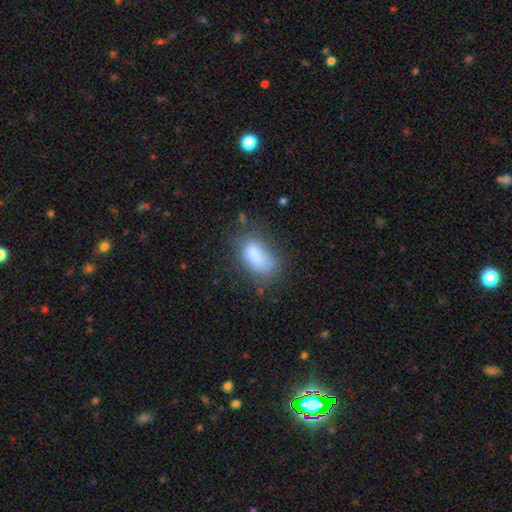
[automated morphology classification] Overall: smooth (80%). How rounded: in between (91%). Merging: none (52%; minor disturbance 28%).